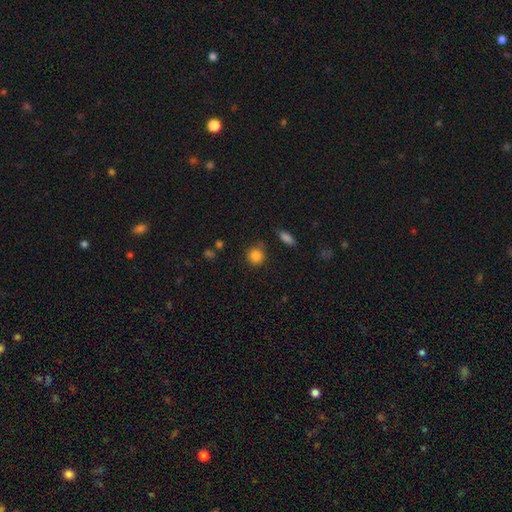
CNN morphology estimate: Smooth or featured?
  - smooth: 85% *
  - star or artifact: 10%
  - featured or disk: 5%
How rounded?
  - round: 89% *
  - in between: 10%
  - cigar-shaped: 1%
Merging?
  - none: 78% *
  - minor disturbance: 14%
  - merger: 4%
  - major disturbance: 4%